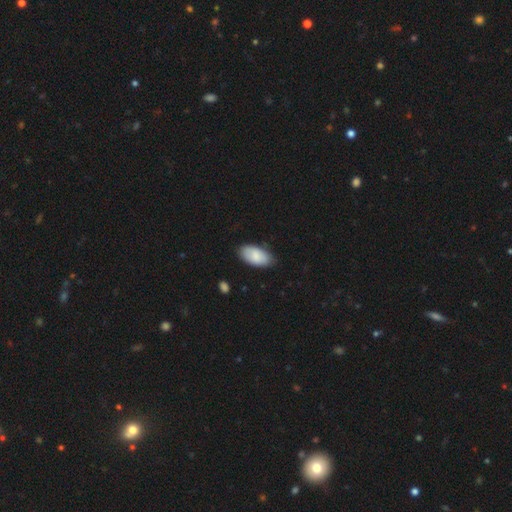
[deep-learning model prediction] A smooth galaxy with no disk features (84%) that is in between round and cigar-shaped (95%). Merging: none (79%).